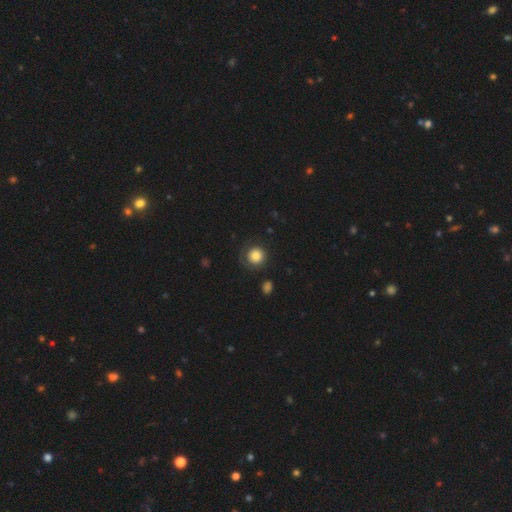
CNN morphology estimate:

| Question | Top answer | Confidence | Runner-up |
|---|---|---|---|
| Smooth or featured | smooth | 82% | featured or disk (9%) |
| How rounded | round | 93% | in between (6%) |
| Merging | none | 74% | minor disturbance (15%) |